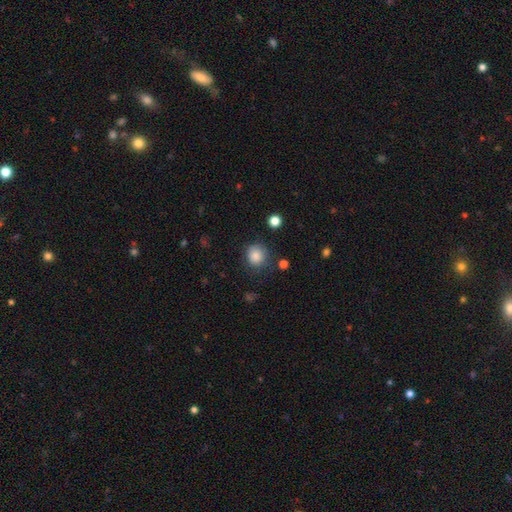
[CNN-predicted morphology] smooth_or_featured: smooth (p=0.86) [alt: star or artifact p=0.10]
how_rounded: round (p=0.87) [alt: in between p=0.12]
merging: none (p=0.79) [alt: minor disturbance p=0.14]